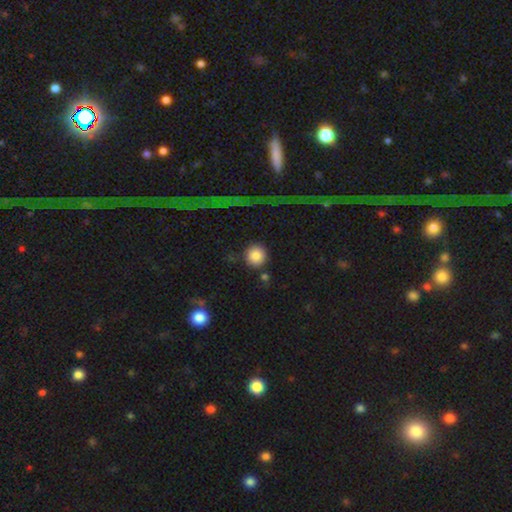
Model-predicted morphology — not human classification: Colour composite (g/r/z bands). It shows a smooth galaxy with no disk features (85%) that is round (92%). Merging: none (79%).